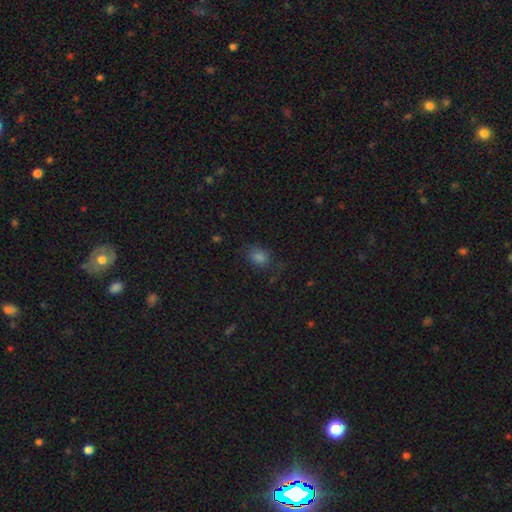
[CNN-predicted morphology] smooth_or_featured: smooth (p=0.72) [alt: star or artifact p=0.22]
how_rounded: in between (p=0.53) [alt: round p=0.46]
merging: none (p=0.77) [alt: minor disturbance p=0.16]